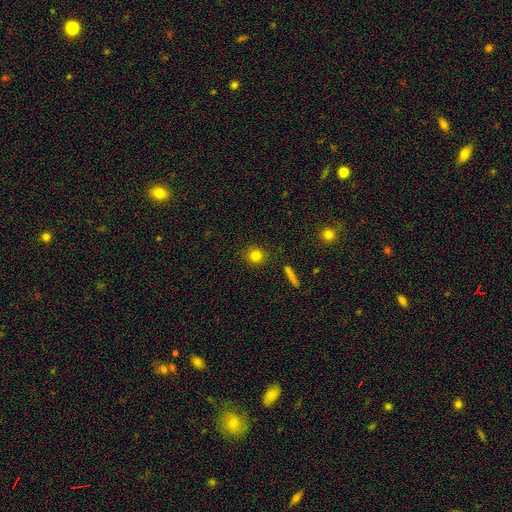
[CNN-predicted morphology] A smooth galaxy with no disk features (80%) that is round (89%).

Vote fractions:
- Smooth or featured? smooth: 80% / star or artifact: 12% / featured or disk: 7%
- How rounded? round: 89% / in between: 10% / cigar-shaped: 2%
- Merging? none: 89% / minor disturbance: 7% / major disturbance: 2% / merger: 2%